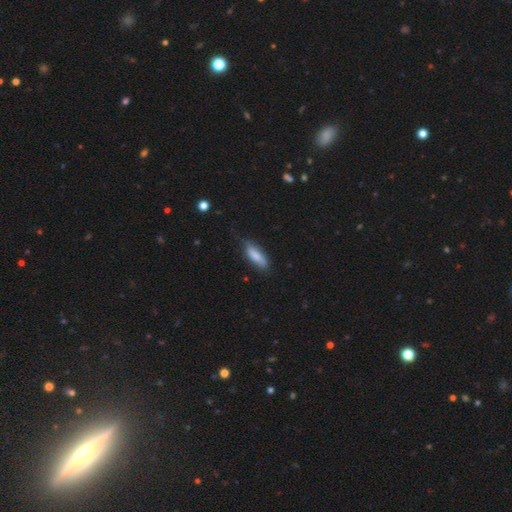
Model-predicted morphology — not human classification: Smooth or featured? Predicted: smooth (p=0.80). How rounded? Predicted: in between (p=0.53). Merging? Predicted: none (p=0.69).